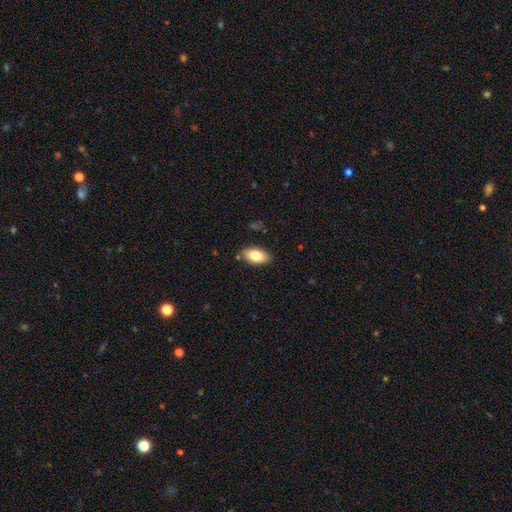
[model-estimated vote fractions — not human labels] Smooth or featured?
  - smooth: 81% *
  - featured or disk: 13%
  - star or artifact: 7%
How rounded?
  - in between: 93% *
  - round: 4%
  - cigar-shaped: 3%
Merging?
  - none: 84% *
  - minor disturbance: 12%
  - major disturbance: 2%
  - merger: 2%